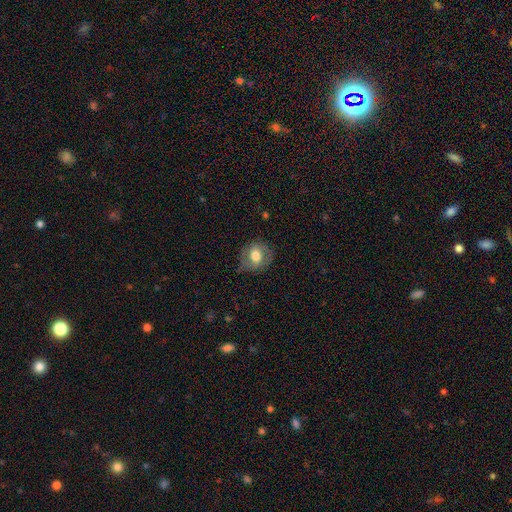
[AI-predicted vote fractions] A smooth galaxy with no disk features (66%) that is round (70%). Merging: none (73%).